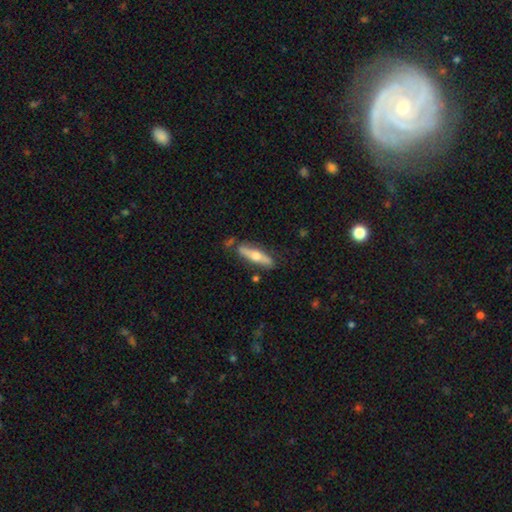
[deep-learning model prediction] Morphology: type=featured or disk (52%); edge-on=yes (84%); merging=none (78%).